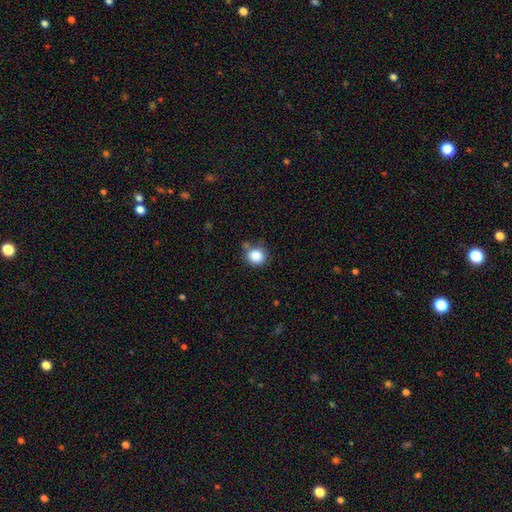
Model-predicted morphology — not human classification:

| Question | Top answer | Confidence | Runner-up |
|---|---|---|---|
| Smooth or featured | smooth | 86% | star or artifact (10%) |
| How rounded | round | 85% | in between (14%) |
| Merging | none | 66% | minor disturbance (20%) |